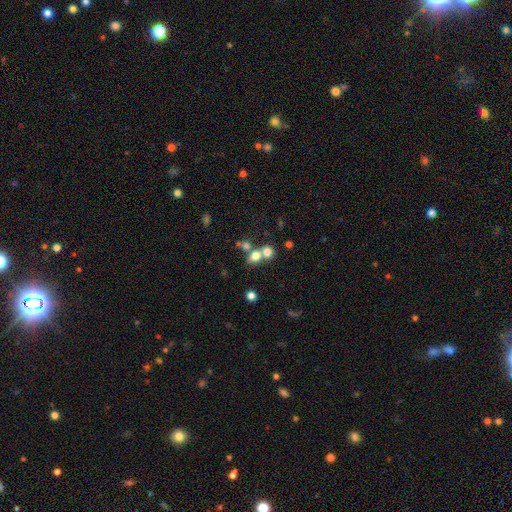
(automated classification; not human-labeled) Morphology: type=smooth (72%); roundness=round (59%); merging=merger (52%).